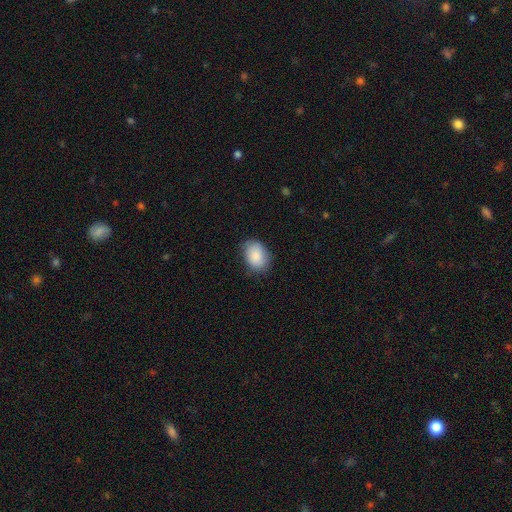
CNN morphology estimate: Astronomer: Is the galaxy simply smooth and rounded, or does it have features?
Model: smooth — 88%.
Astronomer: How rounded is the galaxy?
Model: in between — 79%.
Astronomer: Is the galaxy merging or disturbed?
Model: none — 77%.